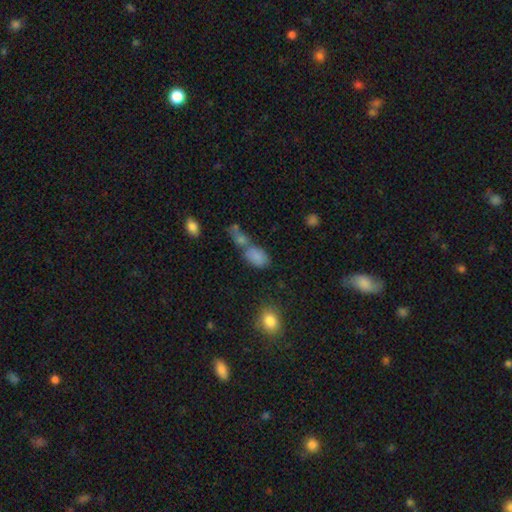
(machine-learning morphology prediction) A smooth galaxy with no disk features (79%) that is in between round and cigar-shaped (88%). Merging: merger (42%).